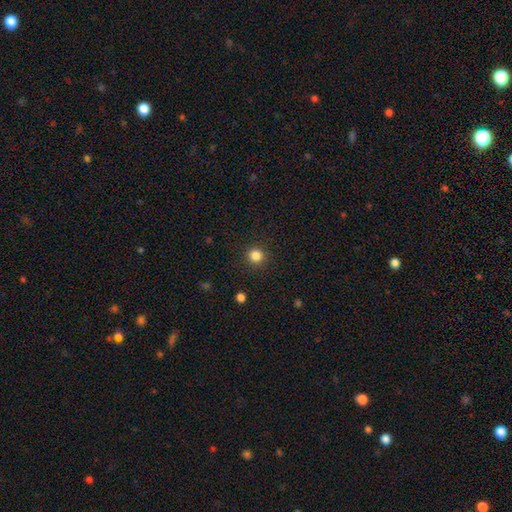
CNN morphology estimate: A smooth galaxy with no disk features (84%) that is round (93%). Merging: none (91%).